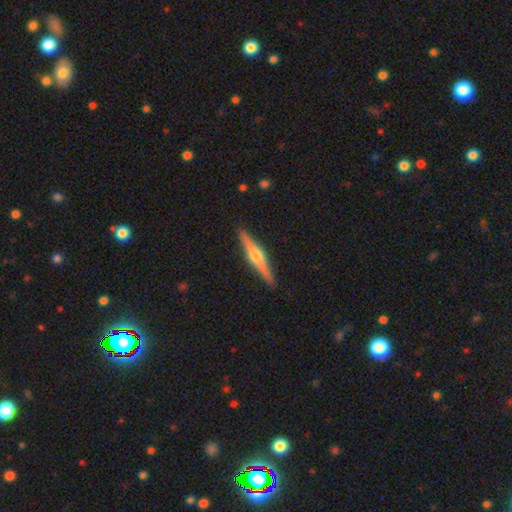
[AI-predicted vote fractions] featured or disk 75%, smooth 20%, star or artifact 5%. Down the decision tree: edge-on disk — yes (98%); edge-on bulge — rounded (93%); merging — none (92%).